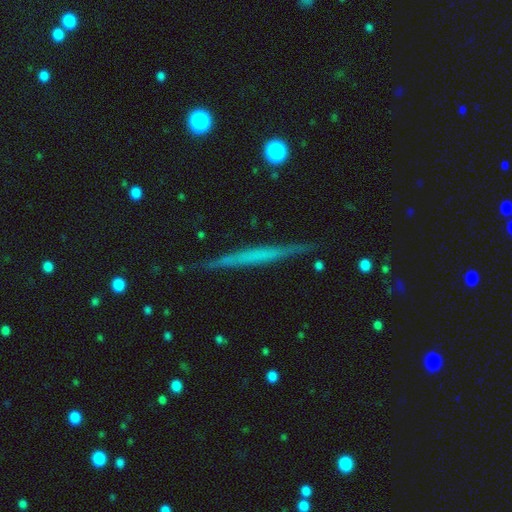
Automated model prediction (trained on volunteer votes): A featured or disk galaxy (58%) viewed edge-on (97%) with no central bulge (83%). Merging: none (89%).